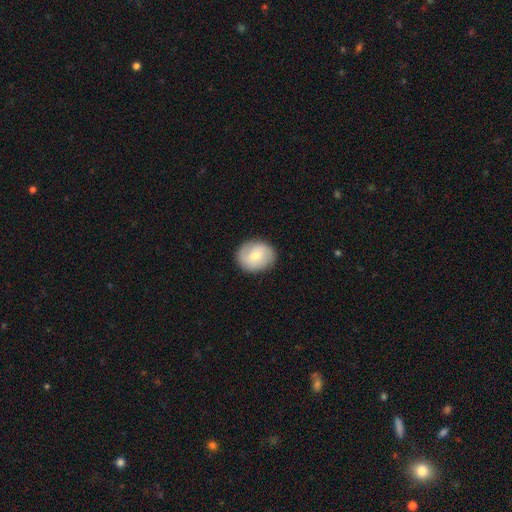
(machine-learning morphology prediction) A smooth galaxy with no disk features (56%) that is round (64%).

Vote fractions:
- Smooth or featured? smooth: 56% / featured or disk: 37% / star or artifact: 7%
- How rounded? round: 64% / in between: 35% / cigar-shaped: 1%
- Merging? none: 86% / minor disturbance: 10% / major disturbance: 3% / merger: 1%